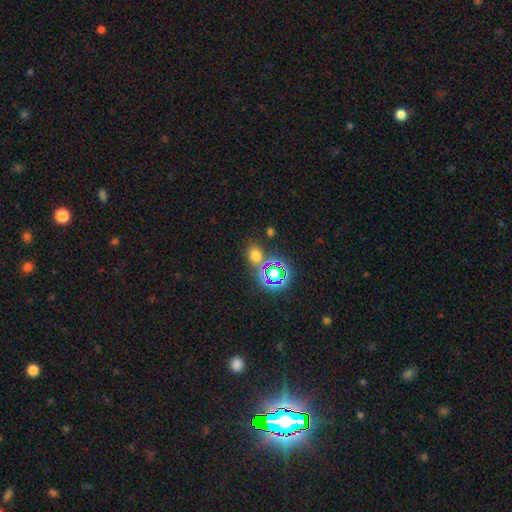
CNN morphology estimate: type=smooth (58%); roundness=round (63%); merging=none (69%).